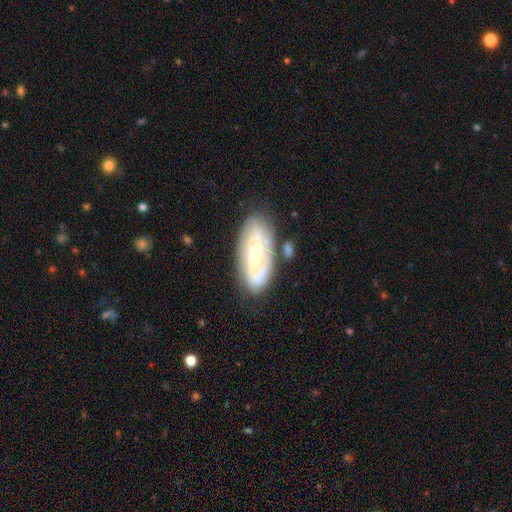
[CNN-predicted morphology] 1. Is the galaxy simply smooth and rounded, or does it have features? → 68% featured or disk, 26% smooth, 6% star or artifact.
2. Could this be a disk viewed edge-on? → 92% no, 8% yes.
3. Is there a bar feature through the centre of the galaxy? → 56% no, 33% weak, 10% strong.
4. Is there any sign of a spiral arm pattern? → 84% yes, 16% no.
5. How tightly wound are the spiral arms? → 55% tight, 34% medium, 12% loose.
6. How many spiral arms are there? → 41% 2, 38% can't tell, 11% 3, 4% 1, 4% 4, 2% more than 4.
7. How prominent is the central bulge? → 63% small, 29% moderate, 5% none, 2% large, 1% dominant.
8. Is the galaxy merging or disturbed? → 72% none, 17% minor disturbance, 5% merger, 5% major disturbance.